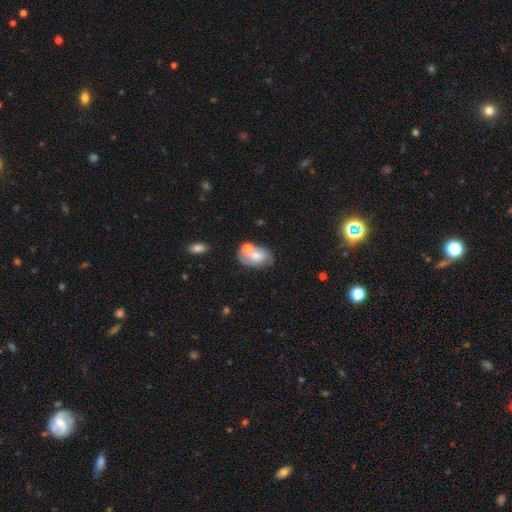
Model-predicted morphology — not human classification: smooth-or-featured: smooth: 50% | featured or disk: 41% | star or artifact: 9%
  how-rounded: in between: 77% | round: 21% | cigar-shaped: 1%
  merging: none: 41% | merger: 32% | minor disturbance: 19% | major disturbance: 8%